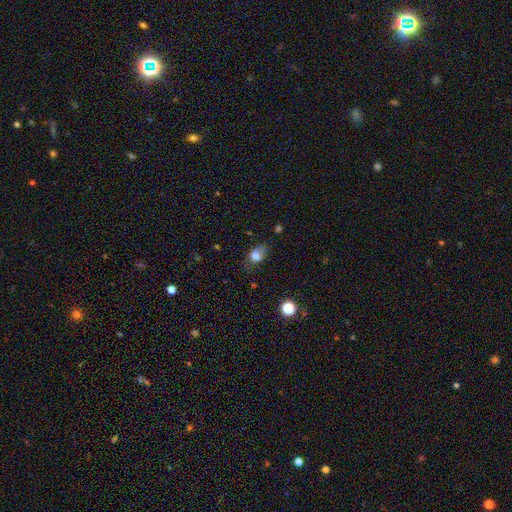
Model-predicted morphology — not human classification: Smooth or featured? smooth (77%)
How rounded? in between (74%)
Merging? none (46%)